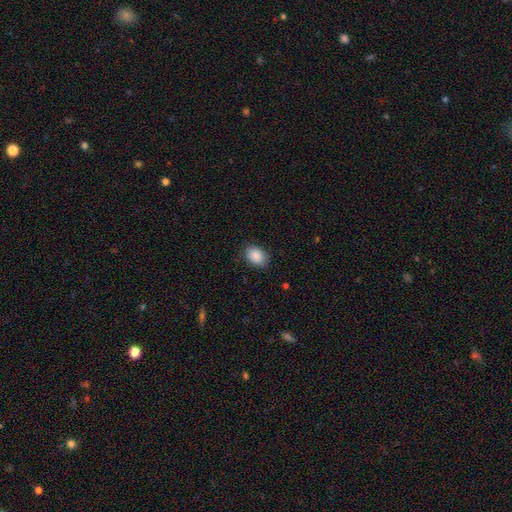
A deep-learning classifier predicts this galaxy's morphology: Smooth or featured: smooth — 89% (star or artifact — 7%)
How rounded: in between — 77% (round — 22%)
Merging: none — 87% (minor disturbance — 10%)